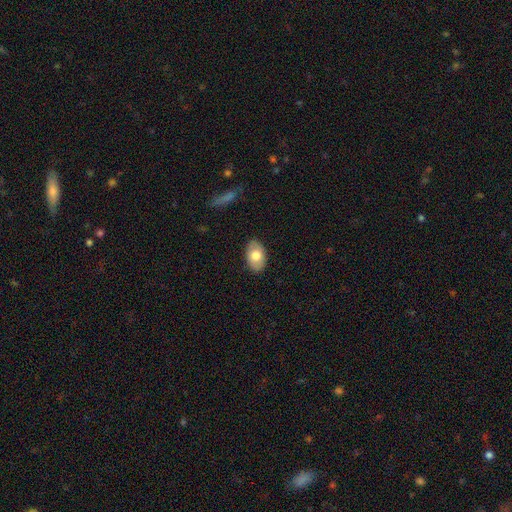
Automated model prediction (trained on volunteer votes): Overall: smooth (74%). How rounded: in between (90%). Merging: none (87%).